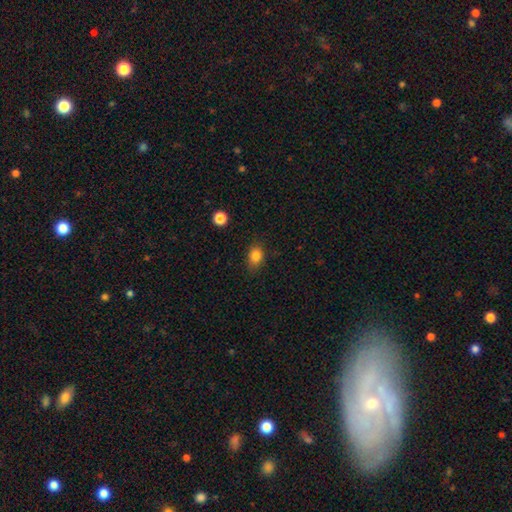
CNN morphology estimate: smooth 84%, star or artifact 11%, featured or disk 6%. Down the decision tree: how rounded — in between (67%); merging — none (82%).